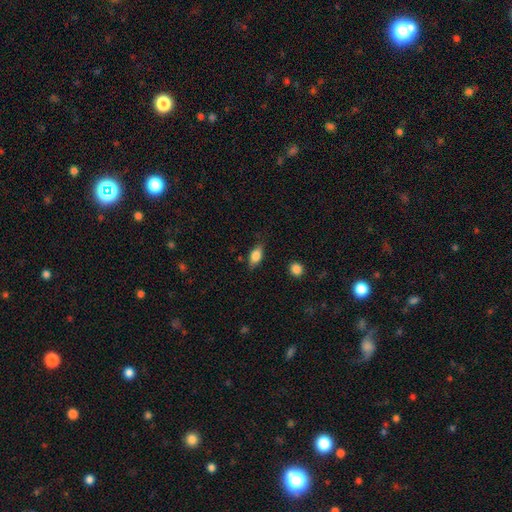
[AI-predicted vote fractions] smooth 77%, featured or disk 16%, star or artifact 8%. Down the decision tree: how rounded — in between (83%); merging — none (77%).